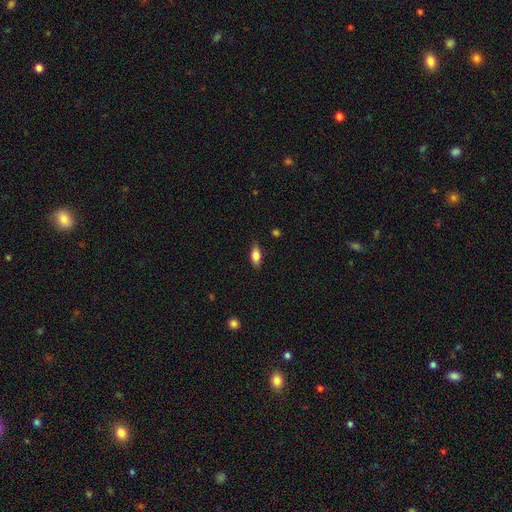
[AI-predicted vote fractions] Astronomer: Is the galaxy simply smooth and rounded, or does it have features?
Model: smooth — 76%.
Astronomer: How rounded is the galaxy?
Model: in between — 83%.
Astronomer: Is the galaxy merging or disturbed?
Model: none — 82%.